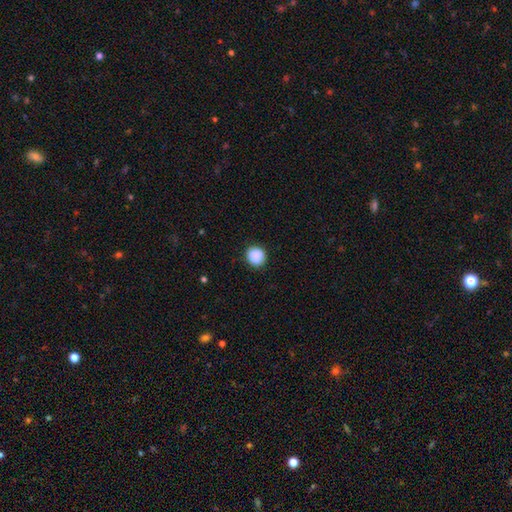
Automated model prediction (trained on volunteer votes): Smooth or featured: smooth — 89% (star or artifact — 8%)
How rounded: round — 90% (in between — 9%)
Merging: none — 90% (minor disturbance — 7%)